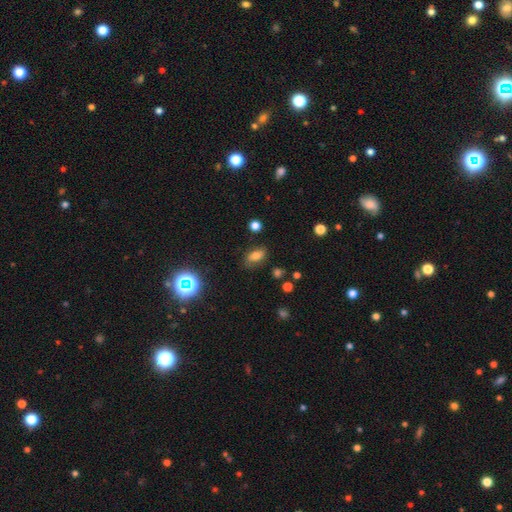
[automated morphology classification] Smooth or featured?
  - smooth: 68% *
  - featured or disk: 16%
  - star or artifact: 16%
How rounded?
  - in between: 85% *
  - round: 9%
  - cigar-shaped: 5%
Merging?
  - none: 76% *
  - minor disturbance: 17%
  - major disturbance: 5%
  - merger: 2%